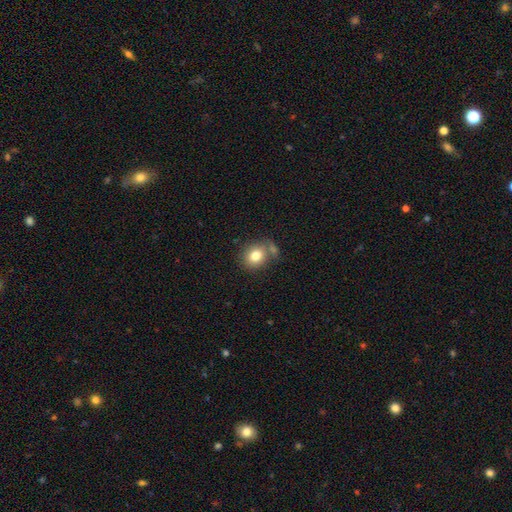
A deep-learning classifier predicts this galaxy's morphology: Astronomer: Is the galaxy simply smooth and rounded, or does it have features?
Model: smooth — 79%.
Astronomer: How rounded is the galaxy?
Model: round — 62% (runner-up: in between, 37%).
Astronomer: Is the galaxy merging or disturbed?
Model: none — 61%.